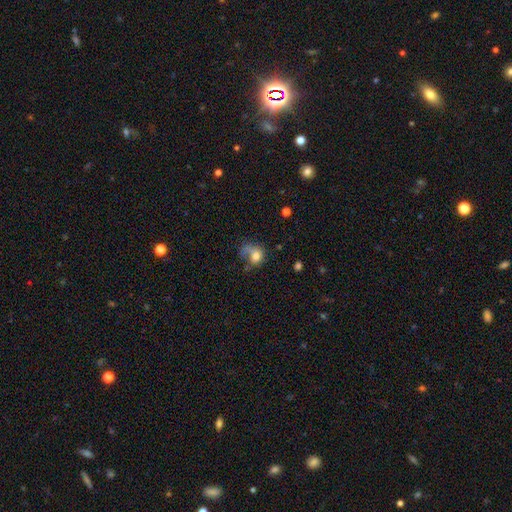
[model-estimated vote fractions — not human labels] Smooth or featured? smooth (71%)
How rounded? round (62%)
Merging? major disturbance (35%)